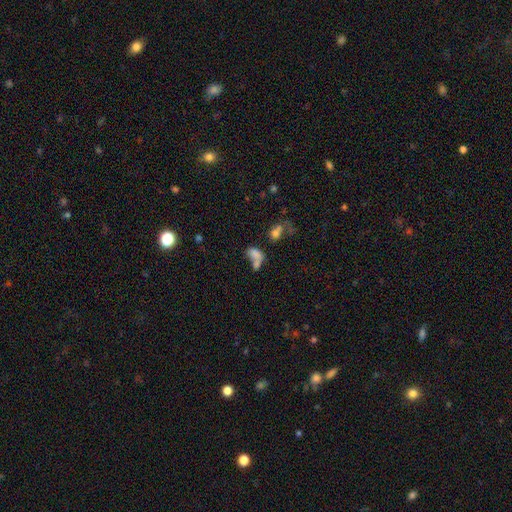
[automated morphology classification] This appears to be a smooth galaxy with no disk features (70%) that is in between round and cigar-shaped (83%). Merging: merger (59%).